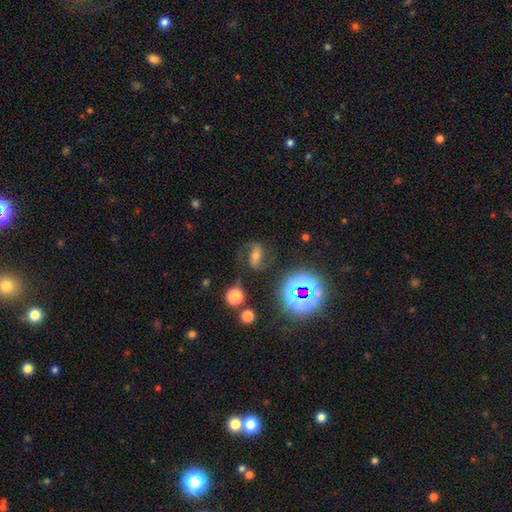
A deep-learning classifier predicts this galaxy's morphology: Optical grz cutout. It shows a featured or disk galaxy (51%). Merging: none (68%).